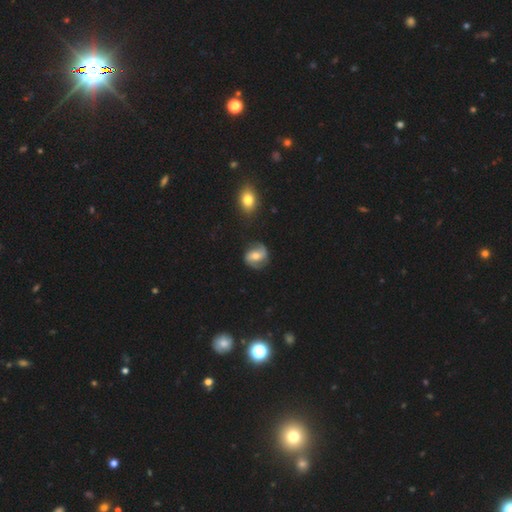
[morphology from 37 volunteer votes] Smooth or featured? 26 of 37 (70%) said featured or disk. Edge-on disk? 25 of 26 (96%) said no. Bar? 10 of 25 (40%, tied with no) said strong. Spiral arms? 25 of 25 (100%) said yes. Spiral winding? 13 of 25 (52%) said medium. Spiral arm count? 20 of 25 (80%) said 2. Bulge size? 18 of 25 (72%) said moderate. Merging? 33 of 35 (94%) said none.